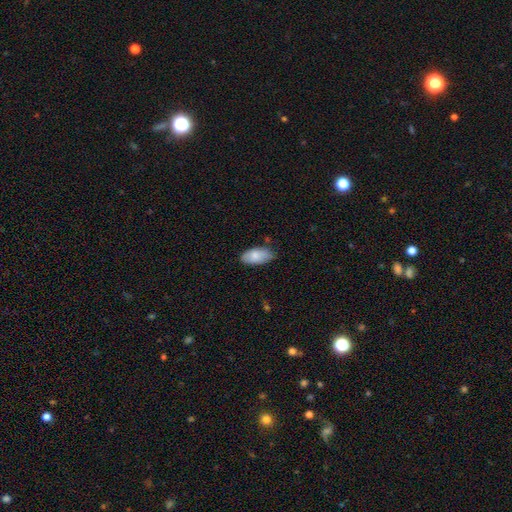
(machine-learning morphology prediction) Q: Smooth or featured?
A: smooth (81%); runner-up: featured or disk (13%)
Q: How rounded?
A: in between (93%); runner-up: cigar-shaped (4%)
Q: Merging?
A: none (71%); runner-up: minor disturbance (23%)